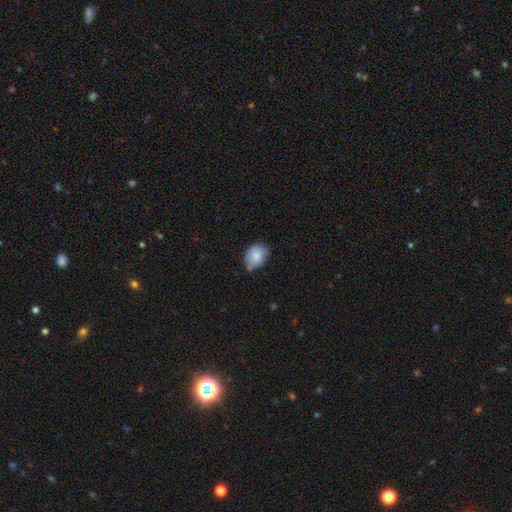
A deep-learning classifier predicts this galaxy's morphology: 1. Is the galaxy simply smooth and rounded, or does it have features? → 83% smooth, 9% featured or disk, 7% star or artifact.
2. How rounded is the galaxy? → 60% in between, 39% round, 1% cigar-shaped.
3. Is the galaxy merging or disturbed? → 63% none, 28% minor disturbance, 4% merger, 4% major disturbance.